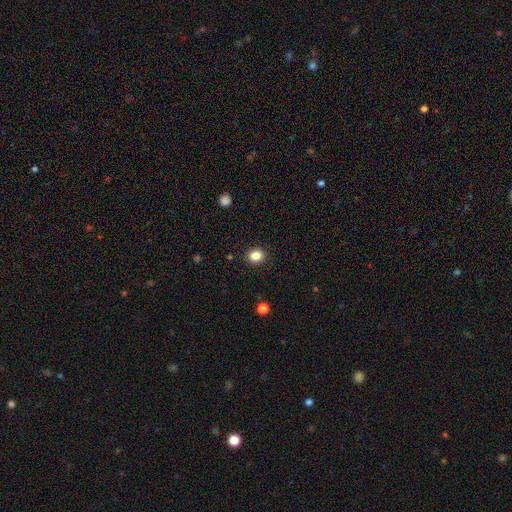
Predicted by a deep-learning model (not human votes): A smooth galaxy with no disk features (85%) that is round (70%).

Vote fractions:
- Smooth or featured? smooth: 85% / star or artifact: 11% / featured or disk: 4%
- How rounded? round: 70% / in between: 29% / cigar-shaped: 1%
- Merging? none: 90% / minor disturbance: 6% / major disturbance: 2% / merger: 1%